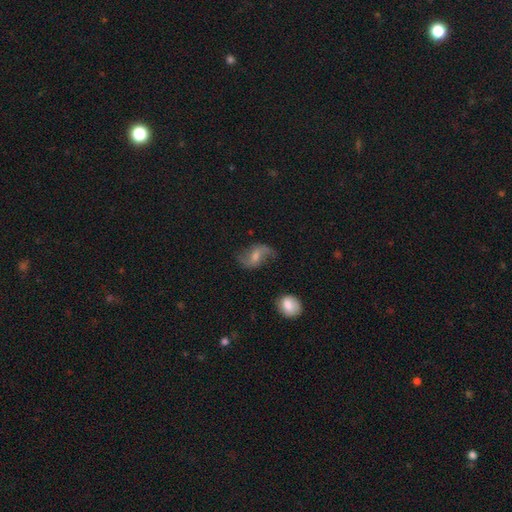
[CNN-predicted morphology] Smooth or featured: featured or disk — 75% (smooth — 16%)
Edge-on disk: no — 97% (yes — 3%)
Bar: weak — 52% (no — 30%)
Spiral arms: yes — 93% (no — 7%)
Spiral winding: loose — 76% (medium — 19%)
Spiral arm count: 2 — 91% (can't tell — 3%)
Bulge size: moderate — 46% (small — 37%)
Merging: none — 71% (minor disturbance — 18%)